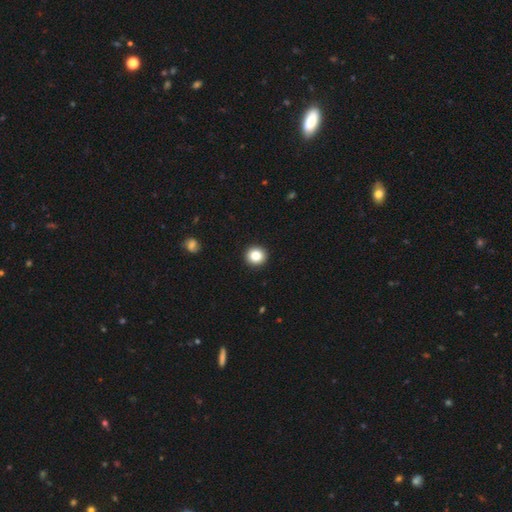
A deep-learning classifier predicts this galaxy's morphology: type=smooth (85%); roundness=round (92%); merging=none (93%).